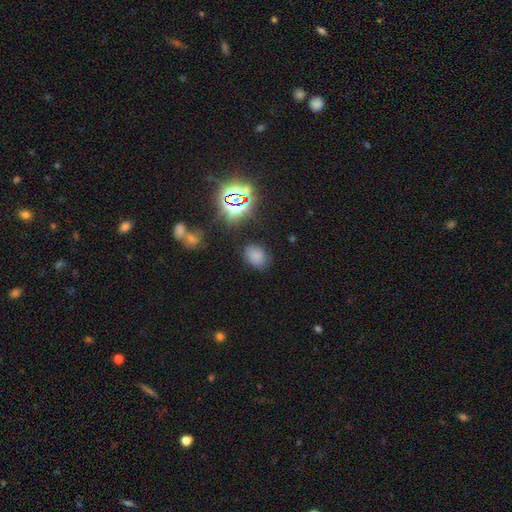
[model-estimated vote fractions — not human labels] A smooth galaxy with no disk features (71%) that is in between round and cigar-shaped (71%). Merging: none (77%).